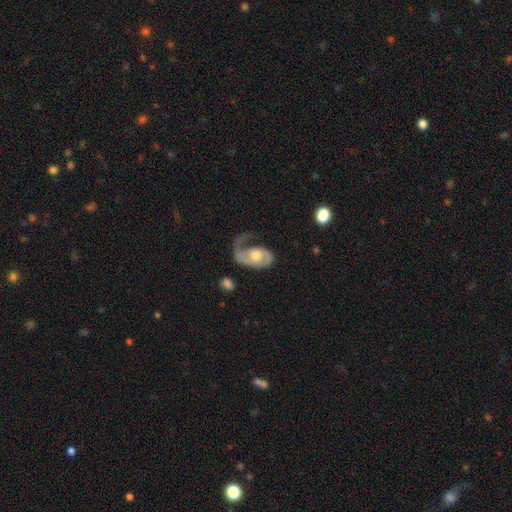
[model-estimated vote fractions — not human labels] A featured or disk galaxy (74%) with no bar (72%), 1 (73%) loose (42%) spiral arms (87%) and a moderate central bulge (64%).

Vote fractions:
- Smooth or featured? featured or disk: 74% / smooth: 21% / star or artifact: 5%
- Edge-on disk? no: 97% / yes: 3%
- Bar? no: 72% / weak: 23% / strong: 5%
- Spiral arms? yes: 87% / no: 13%
- Spiral winding? loose: 42% / medium: 34% / tight: 24%
- Spiral arm count? 1: 73% / 2: 19% / can't tell: 5% / 3: 1% / 4: 1% / more than 4: 1%
- Bulge size? moderate: 64% / large: 18% / small: 13% / none: 2% / dominant: 2%
- Merging? major disturbance: 52% / none: 27% / minor disturbance: 18% / merger: 4%